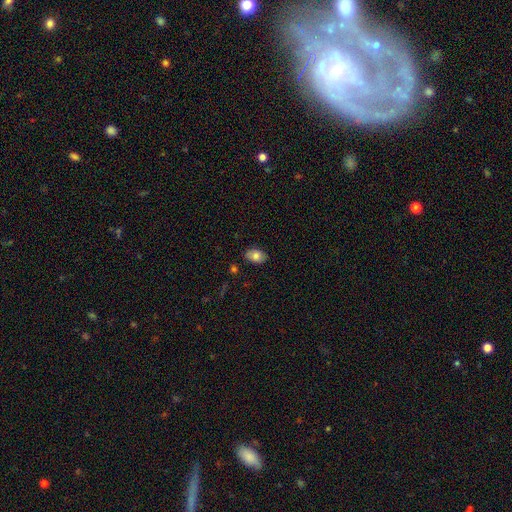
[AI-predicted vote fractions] smooth-or-featured: smooth: 81% | featured or disk: 11% | star or artifact: 8%
  how-rounded: in between: 87% | round: 11% | cigar-shaped: 1%
  merging: none: 85% | minor disturbance: 12% | major disturbance: 2% | merger: 2%